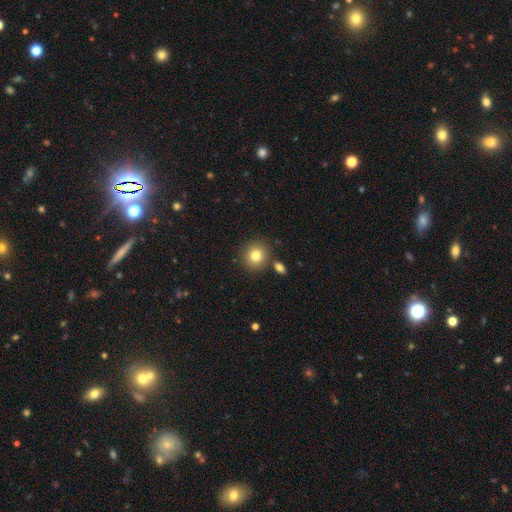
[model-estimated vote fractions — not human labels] A smooth galaxy with no disk features (81%) that is round (87%).

Vote fractions:
- Smooth or featured? smooth: 81% / star or artifact: 11% / featured or disk: 9%
- How rounded? round: 87% / in between: 12% / cigar-shaped: 1%
- Merging? none: 81% / minor disturbance: 8% / merger: 8% / major disturbance: 3%